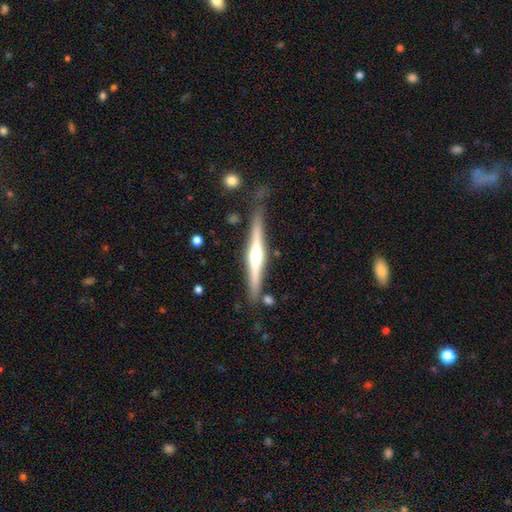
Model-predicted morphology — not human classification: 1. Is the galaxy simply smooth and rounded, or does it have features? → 74% featured or disk, 21% smooth, 5% star or artifact.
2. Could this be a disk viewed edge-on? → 98% yes, 2% no.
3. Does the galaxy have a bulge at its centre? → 85% rounded, 8% boxy, 7% none.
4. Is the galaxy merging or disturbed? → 80% none, 14% minor disturbance, 3% merger, 3% major disturbance.